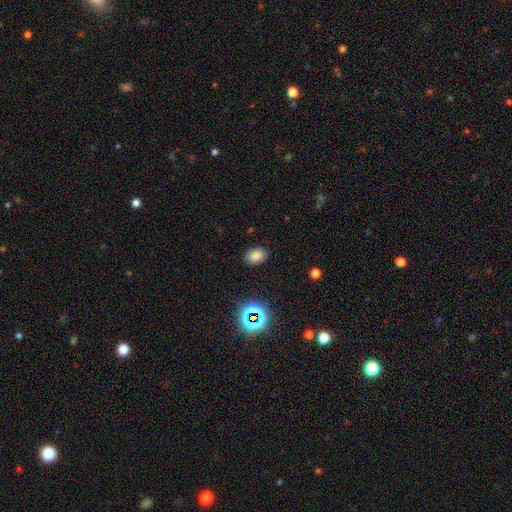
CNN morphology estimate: type=smooth (78%); roundness=in between (81%); merging=none (86%).